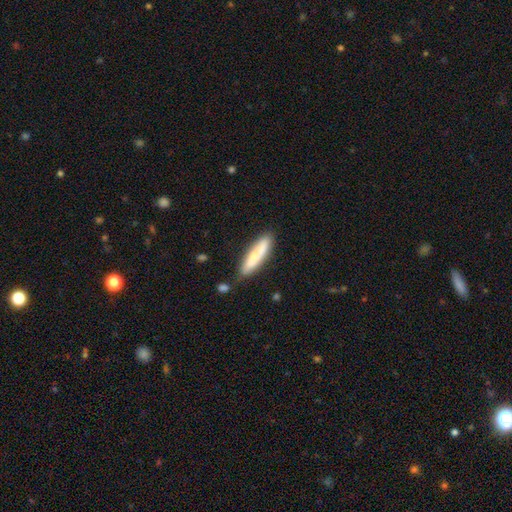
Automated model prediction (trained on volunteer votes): Q: Smooth or featured?
A: smooth (68%); runner-up: featured or disk (26%)
Q: How rounded?
A: cigar-shaped (78%); runner-up: in between (20%)
Q: Merging?
A: none (75%); runner-up: minor disturbance (16%)